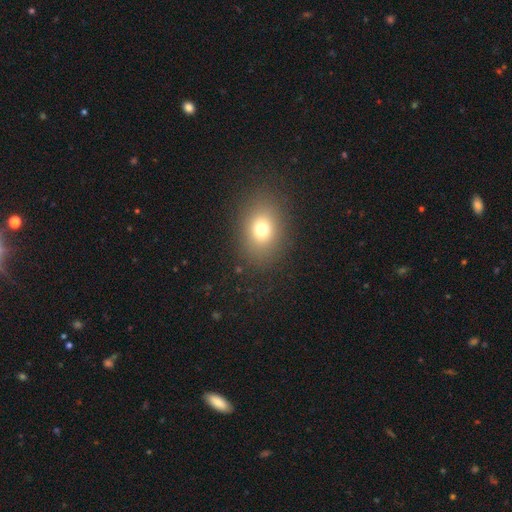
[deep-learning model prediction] Smooth or featured?
  - smooth: 72% *
  - star or artifact: 17%
  - featured or disk: 11%
How rounded?
  - in between: 69% *
  - round: 30%
  - cigar-shaped: 2%
Merging?
  - none: 88% *
  - minor disturbance: 7%
  - major disturbance: 3%
  - merger: 1%